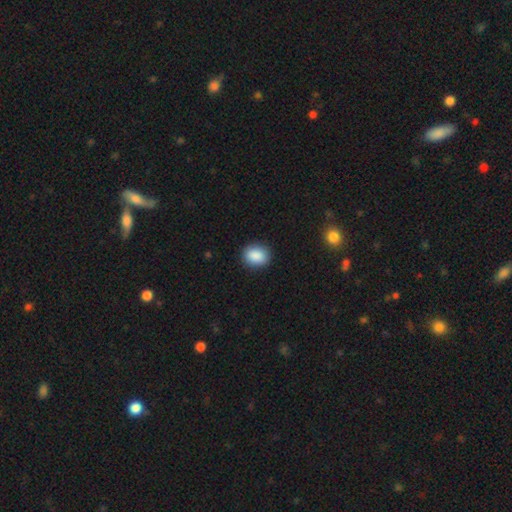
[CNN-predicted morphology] Smooth or featured? smooth (89%)
How rounded? round (50%)
Merging? none (89%)